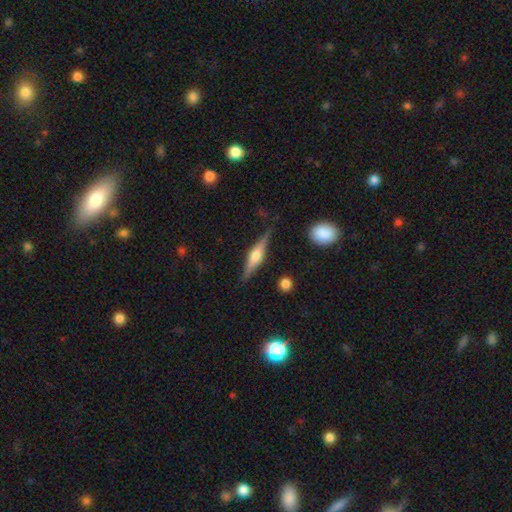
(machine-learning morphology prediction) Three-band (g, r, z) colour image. It shows a featured or disk galaxy (73%) viewed edge-on (97%) with a rounded central bulge (88%). Merging: none (86%).